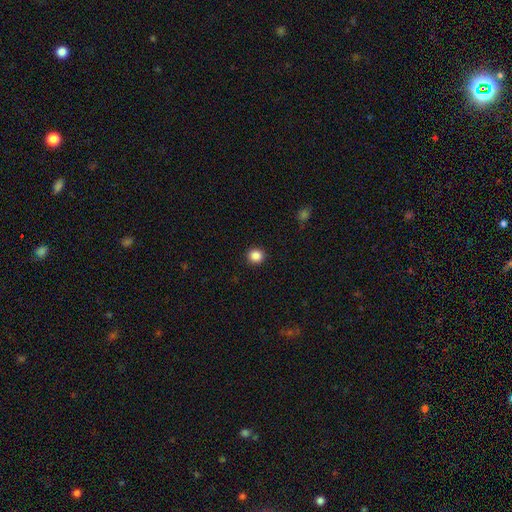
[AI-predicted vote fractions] Q: Smooth or featured?
A: smooth (86%); runner-up: star or artifact (10%)
Q: How rounded?
A: round (91%); runner-up: in between (8%)
Q: Merging?
A: none (93%); runner-up: minor disturbance (5%)